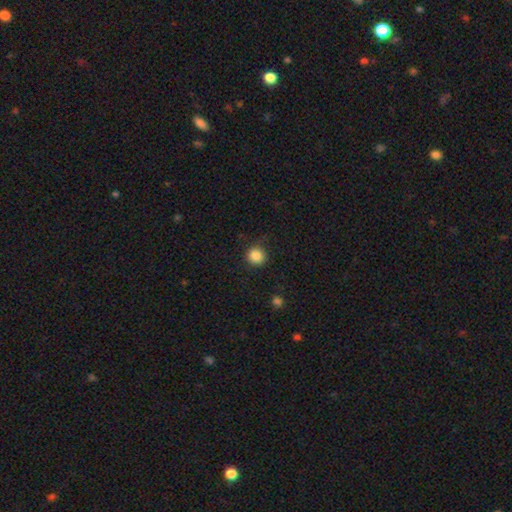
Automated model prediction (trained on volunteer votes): Smooth or featured? smooth (86%)
How rounded? round (93%)
Merging? none (84%)